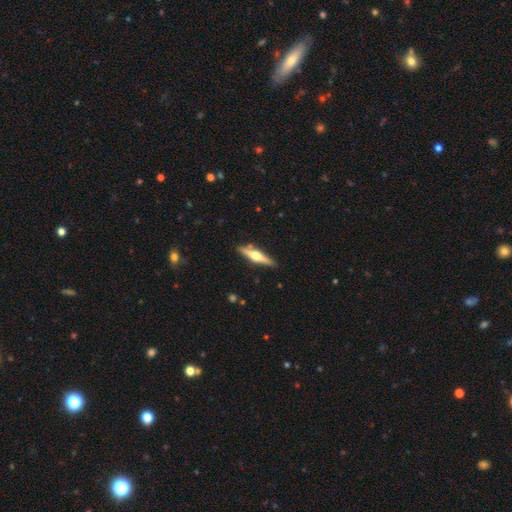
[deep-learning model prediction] Morphology: type=featured or disk (66%); edge-on=yes (97%); edge-on bulge=rounded (92%); merging=none (87%).